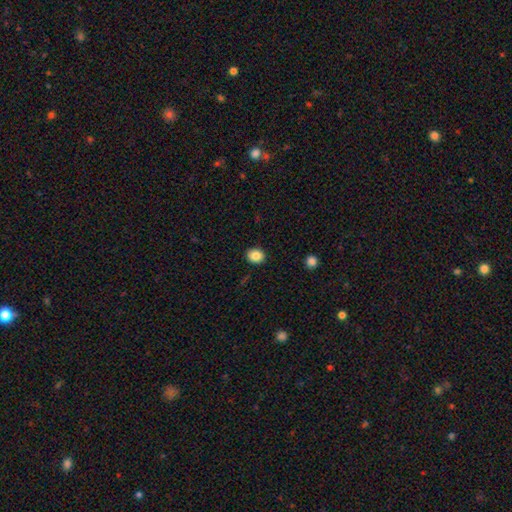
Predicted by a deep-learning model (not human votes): This is clearly a smooth galaxy (85%). How rounded: likely round (65%). Merging: clearly none (90%).